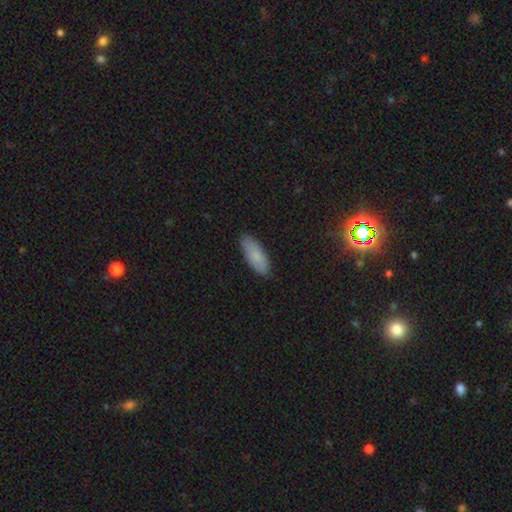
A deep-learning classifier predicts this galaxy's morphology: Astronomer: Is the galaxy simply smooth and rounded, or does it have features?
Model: smooth — 81%.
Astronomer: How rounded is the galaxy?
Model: in between — 73%.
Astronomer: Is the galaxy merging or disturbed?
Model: none — 86%.